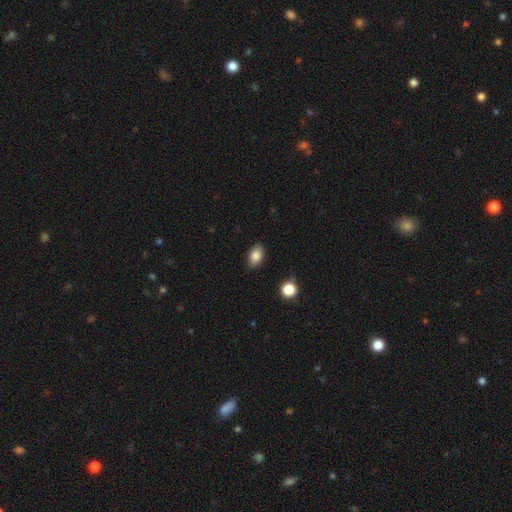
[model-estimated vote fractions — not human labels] smooth 86%, star or artifact 8%, featured or disk 5%. Down the decision tree: how rounded — in between (88%); merging — none (84%).